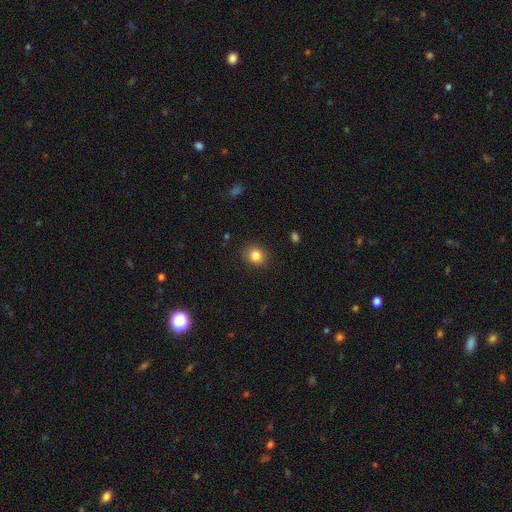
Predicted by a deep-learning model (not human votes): Q: Smooth or featured?
A: smooth (84%); runner-up: star or artifact (11%)
Q: How rounded?
A: round (77%); runner-up: in between (23%)
Q: Merging?
A: none (89%); runner-up: minor disturbance (8%)